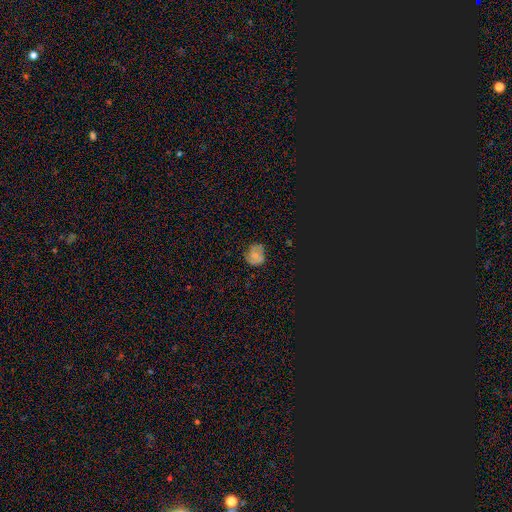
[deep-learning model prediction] Smooth or featured? smooth (49%)
Merging? none (67%)